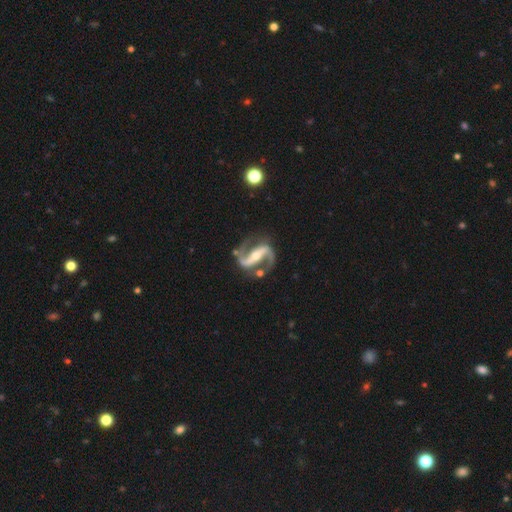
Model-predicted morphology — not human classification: Smooth or featured? featured or disk (93%)
Edge-on disk? no (97%)
Bar? strong (67%)
Spiral arms? yes (98%)
Spiral winding? medium (54%)
Spiral arm count? 2 (94%)
Bulge size? moderate (49%)
Merging? none (78%)